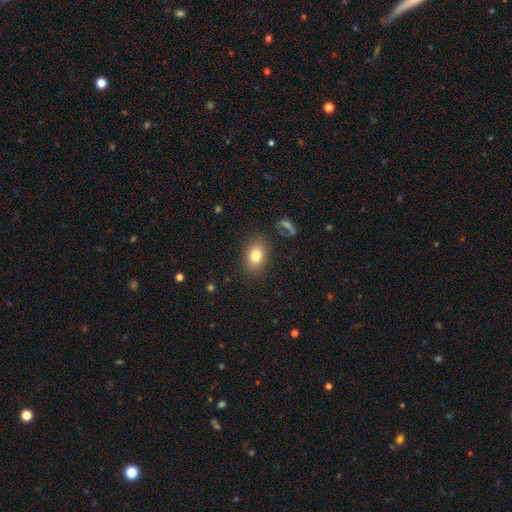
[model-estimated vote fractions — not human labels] smooth_or_featured: smooth (p=0.80) [alt: star or artifact p=0.10]
how_rounded: in between (p=0.72) [alt: round p=0.27]
merging: none (p=0.84) [alt: minor disturbance p=0.10]